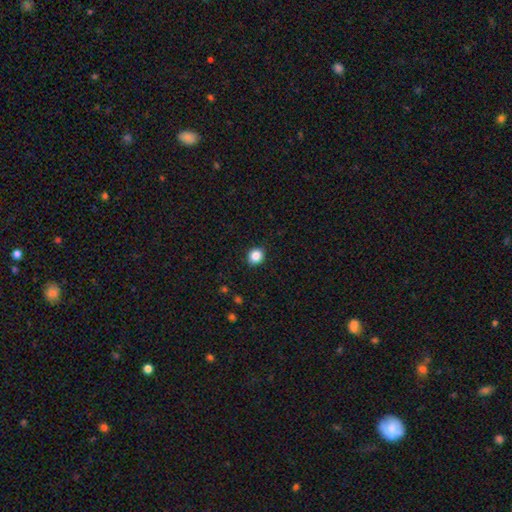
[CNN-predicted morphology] Smooth or featured? Predicted: smooth (p=0.86). How rounded? Predicted: round (p=0.74). Merging? Predicted: none (p=0.91).